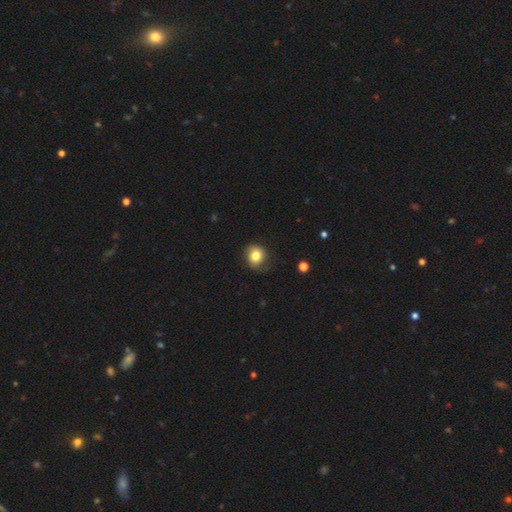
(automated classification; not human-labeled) Morphology: type=smooth (80%); roundness=round (77%); merging=none (71%).